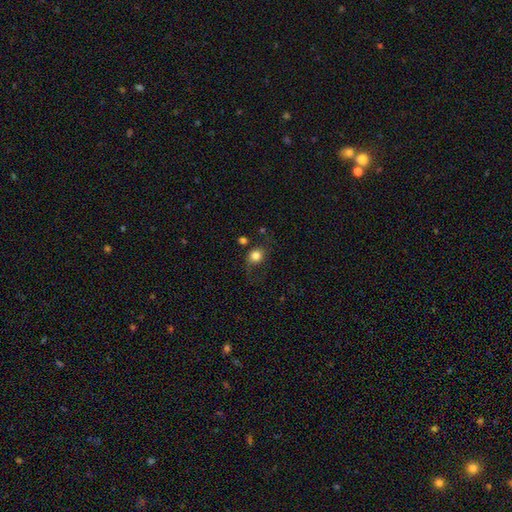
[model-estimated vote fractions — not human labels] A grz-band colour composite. It shows a smooth galaxy with no disk features (80%) that is round (73%). Merging: none (59%).